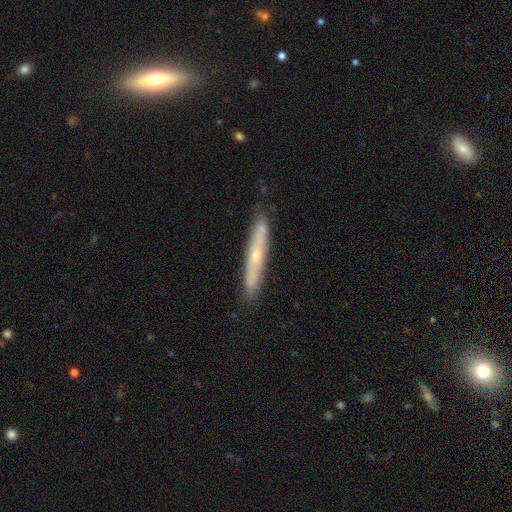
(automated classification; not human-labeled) A featured or disk galaxy (55%) viewed edge-on (80%). Merging: none (81%).